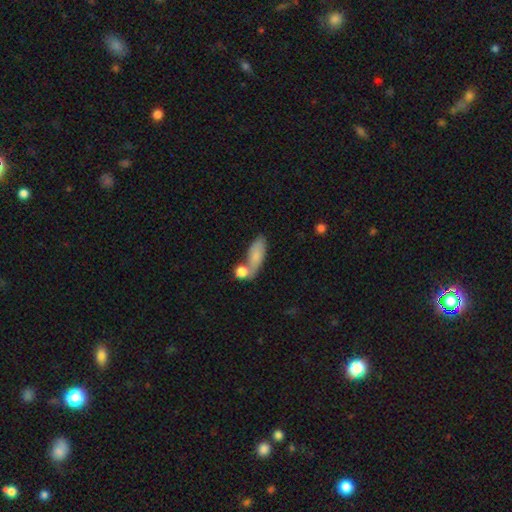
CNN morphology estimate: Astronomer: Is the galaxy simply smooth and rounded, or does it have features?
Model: smooth — 78%.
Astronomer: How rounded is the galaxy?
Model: in between — 73%.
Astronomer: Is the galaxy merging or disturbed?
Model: none — 42% (runner-up: merger, 33%).